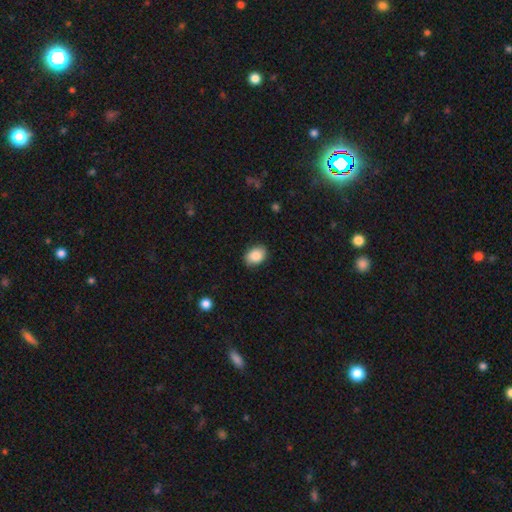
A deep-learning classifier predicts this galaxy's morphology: smooth_or_featured: smooth (p=0.87) [alt: star or artifact p=0.07]
how_rounded: in between (p=0.73) [alt: round p=0.26]
merging: none (p=0.85) [alt: minor disturbance p=0.12]